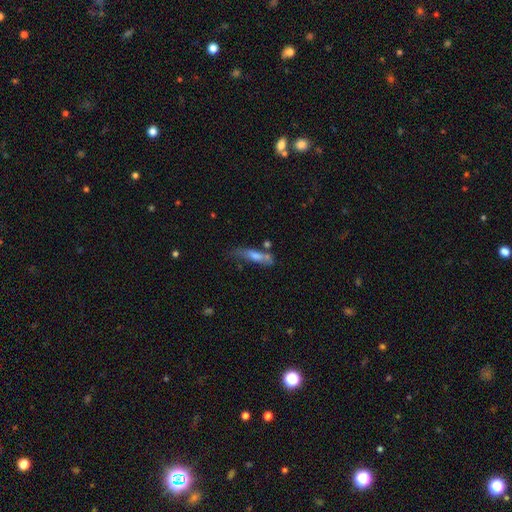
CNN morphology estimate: This appears to be a smooth galaxy with no disk features (48%). Merging: none (48%).